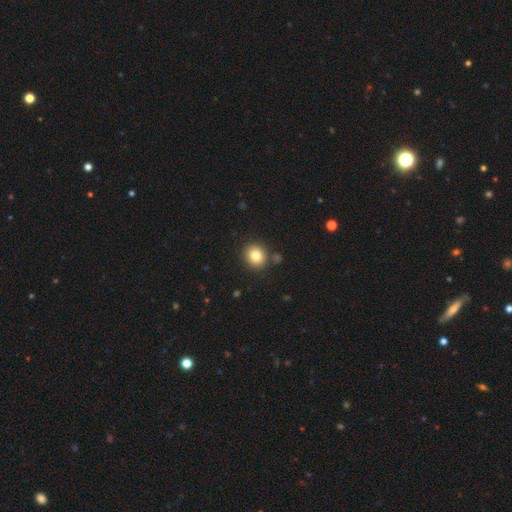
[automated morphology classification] type=smooth (81%); roundness=round (86%); merging=none (86%).